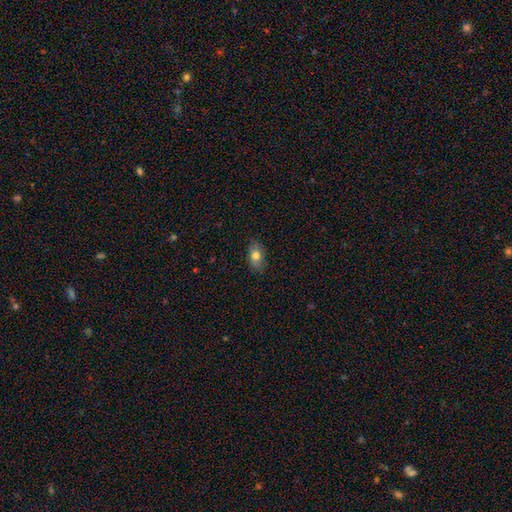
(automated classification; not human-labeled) Morphology: type=smooth (74%); roundness=in between (86%); merging=none (81%).